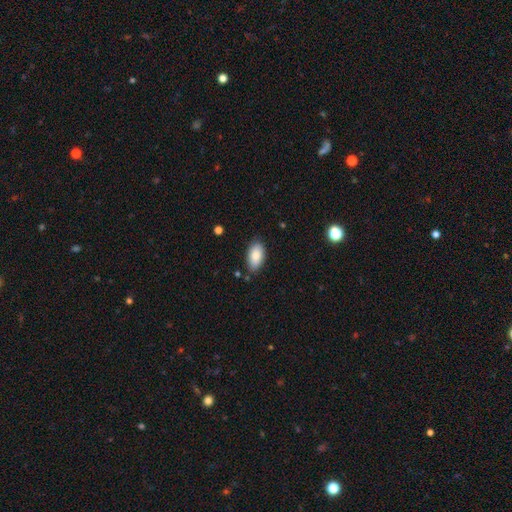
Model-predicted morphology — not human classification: smooth-or-featured: smooth: 85% | featured or disk: 8% | star or artifact: 7%
  how-rounded: in between: 94% | cigar-shaped: 3% | round: 3%
  merging: none: 82% | minor disturbance: 14% | major disturbance: 2% | merger: 2%